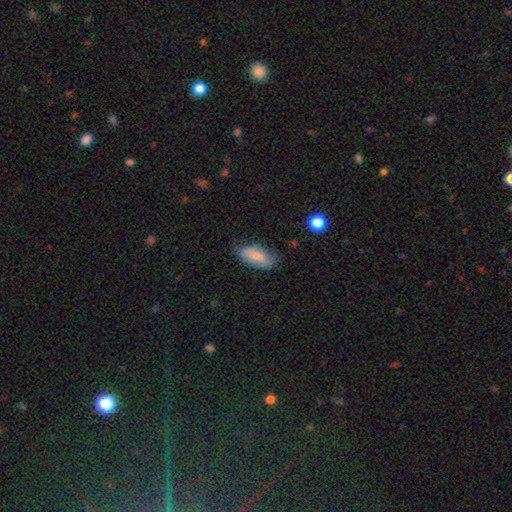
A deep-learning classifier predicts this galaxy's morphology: Smooth or featured: smooth — 77% (featured or disk — 16%)
How rounded: in between — 87% (cigar-shaped — 10%)
Merging: none — 56% (minor disturbance — 33%)